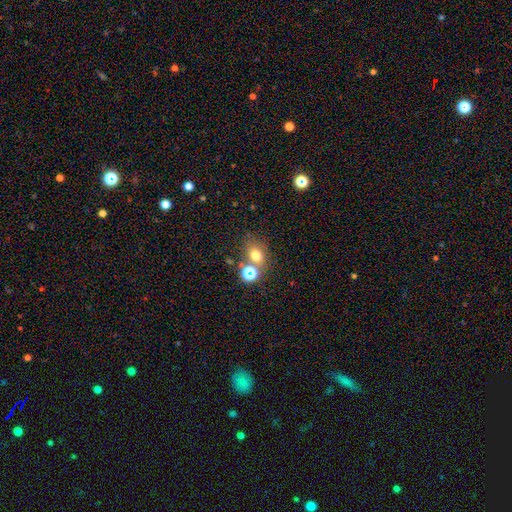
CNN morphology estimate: A smooth galaxy with no disk features (68%) that is round (56%). Merging: none (61%).